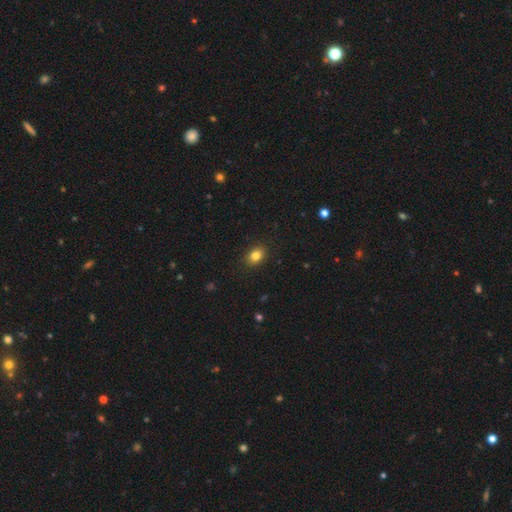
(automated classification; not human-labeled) This appears to be a smooth galaxy with no disk features (83%) that is in between round and cigar-shaped (65%). Merging: none (89%).